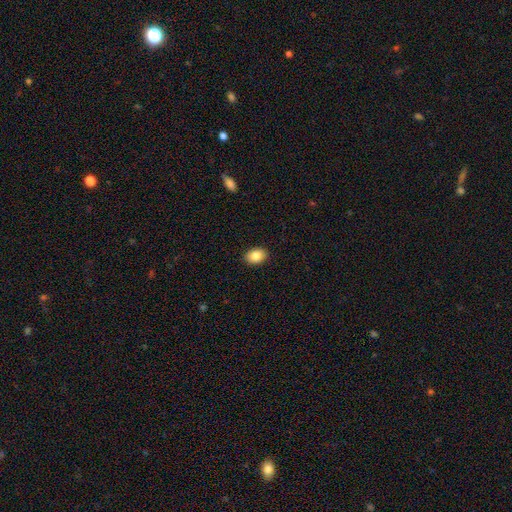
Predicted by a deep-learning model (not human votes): Q: Smooth or featured?
A: smooth (85%); runner-up: star or artifact (8%)
Q: How rounded?
A: in between (79%); runner-up: round (20%)
Q: Merging?
A: none (90%); runner-up: minor disturbance (7%)